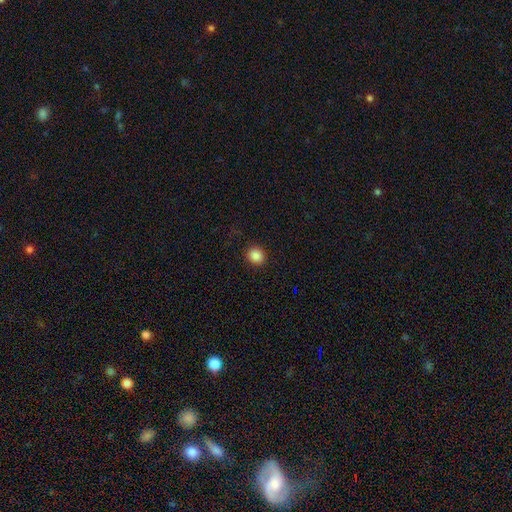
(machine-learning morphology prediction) smooth 86%, star or artifact 10%, featured or disk 4%. Down the decision tree: how rounded — round (83%); merging — none (92%).